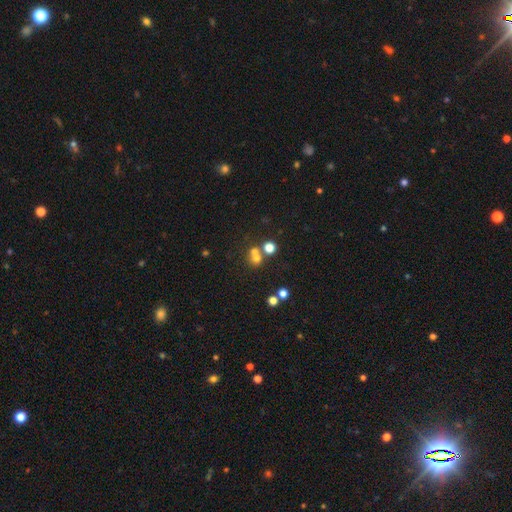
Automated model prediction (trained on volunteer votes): Morphology: type=smooth (64%); roundness=round (86%); merging=none (48%).